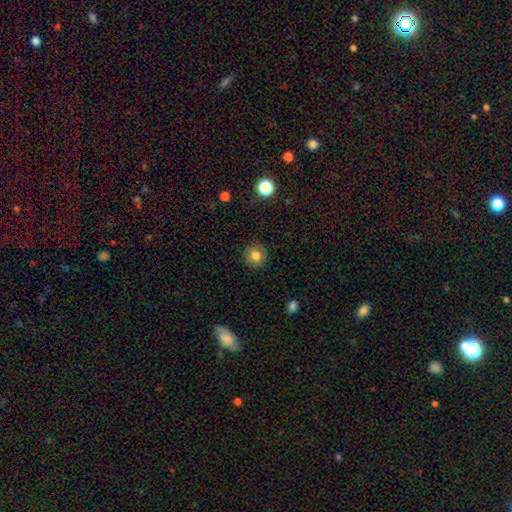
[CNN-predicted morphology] smooth_or_featured: smooth (p=0.81) [alt: star or artifact p=0.11]
how_rounded: round (p=0.93) [alt: in between p=0.06]
merging: none (p=0.91) [alt: minor disturbance p=0.06]